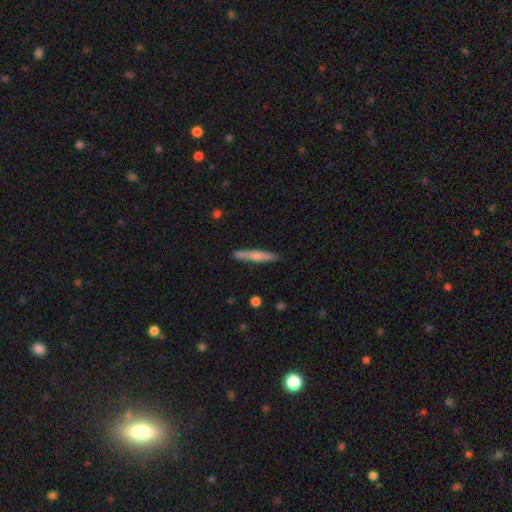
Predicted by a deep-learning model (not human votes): This is likely a smooth galaxy (62%). How rounded: clearly cigar-shaped (94%). Merging: clearly none (85%).